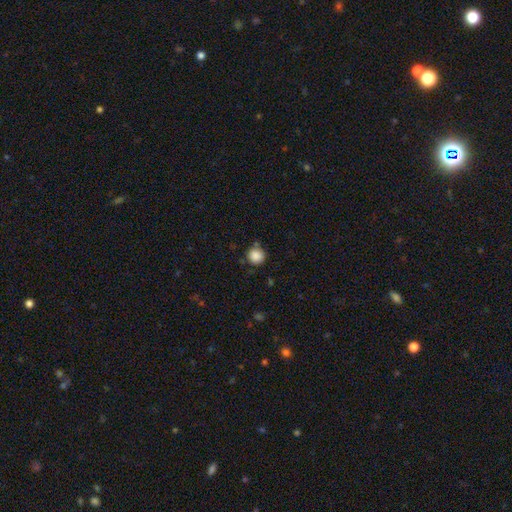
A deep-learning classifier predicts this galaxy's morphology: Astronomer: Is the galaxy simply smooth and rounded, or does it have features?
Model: smooth — 87%.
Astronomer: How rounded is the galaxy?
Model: round — 93%.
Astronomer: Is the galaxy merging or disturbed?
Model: none — 79%.